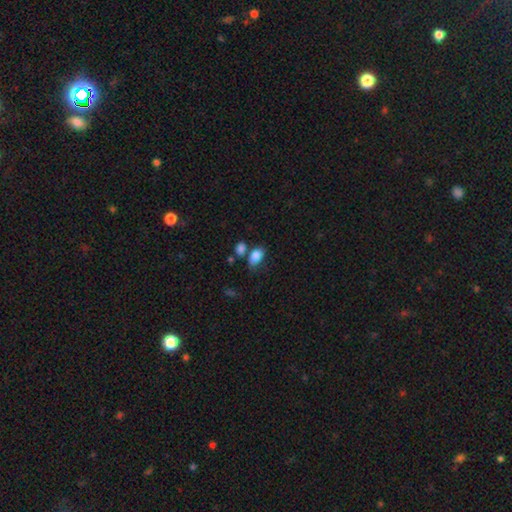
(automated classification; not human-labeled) A smooth galaxy with no disk features (85%) that is in between round and cigar-shaped (88%).

Vote fractions:
- Smooth or featured? smooth: 85% / star or artifact: 8% / featured or disk: 6%
- How rounded? in between: 88% / round: 10% / cigar-shaped: 2%
- Merging? none: 53% / merger: 21% / minor disturbance: 19% / major disturbance: 7%